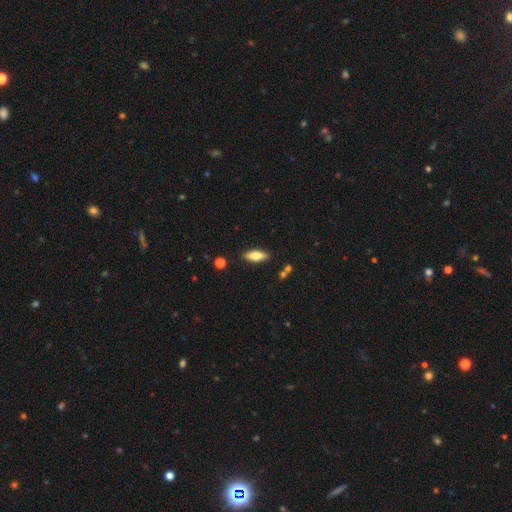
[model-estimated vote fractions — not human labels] smooth-or-featured: smooth: 58% | featured or disk: 35% | star or artifact: 7%
  how-rounded: in between: 59% | cigar-shaped: 38% | round: 3%
  merging: none: 86% | minor disturbance: 9% | merger: 2% | major disturbance: 2%